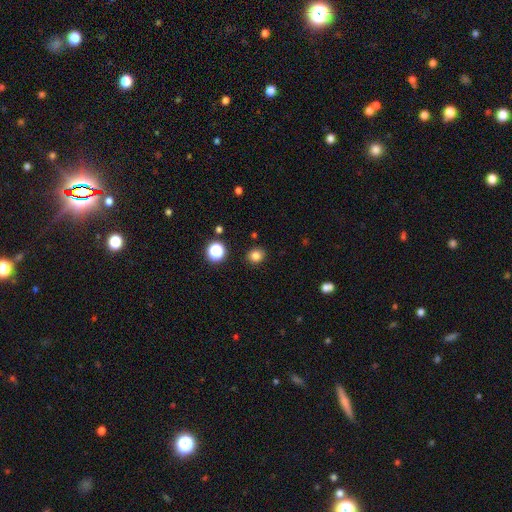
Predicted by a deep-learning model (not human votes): This appears to be a smooth galaxy with no disk features (81%) that is round (79%). Merging: none (90%).